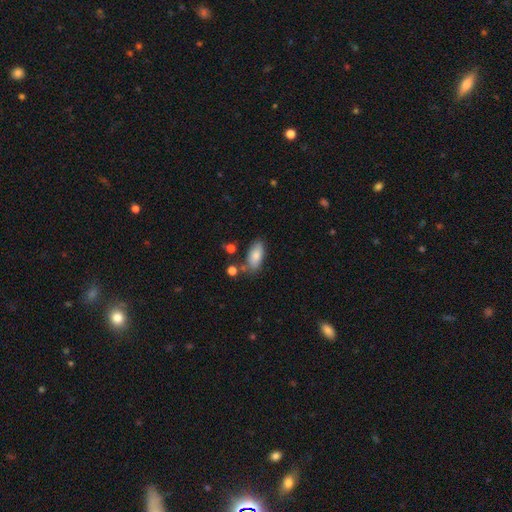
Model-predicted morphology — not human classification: Overall: smooth (83%). How rounded: in between (87%). Merging: none (70%).